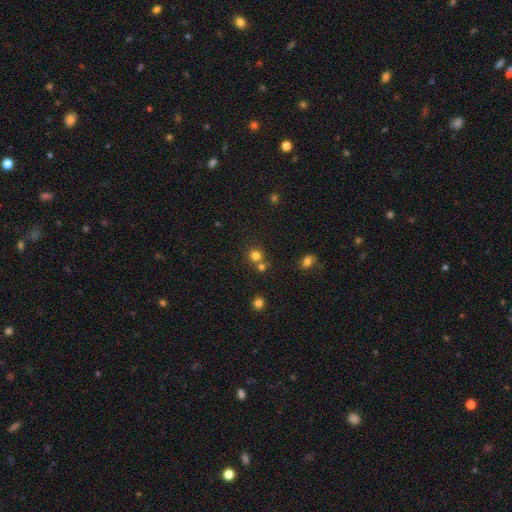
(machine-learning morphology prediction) Smooth or featured? smooth (77%)
How rounded? round (87%)
Merging? none (64%)